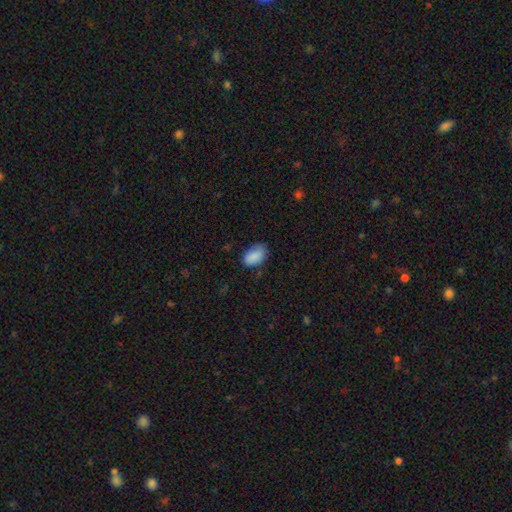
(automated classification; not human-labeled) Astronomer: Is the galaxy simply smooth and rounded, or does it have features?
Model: smooth — 87%.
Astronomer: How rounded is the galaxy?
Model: in between — 91%.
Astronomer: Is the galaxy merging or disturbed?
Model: none — 67%.